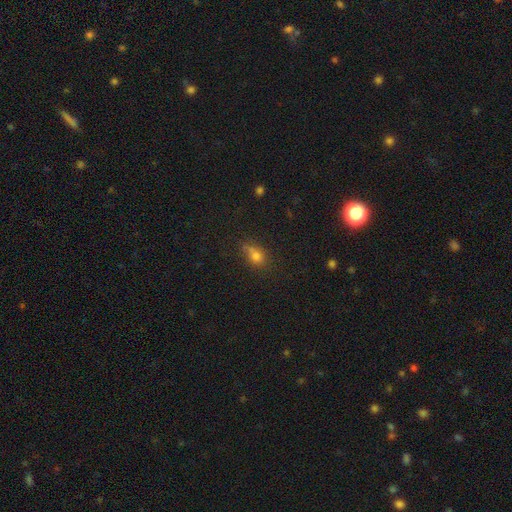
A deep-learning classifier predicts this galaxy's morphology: smooth 73%, star or artifact 16%, featured or disk 11%. Down the decision tree: how rounded — in between (58%); merging — none (51%).